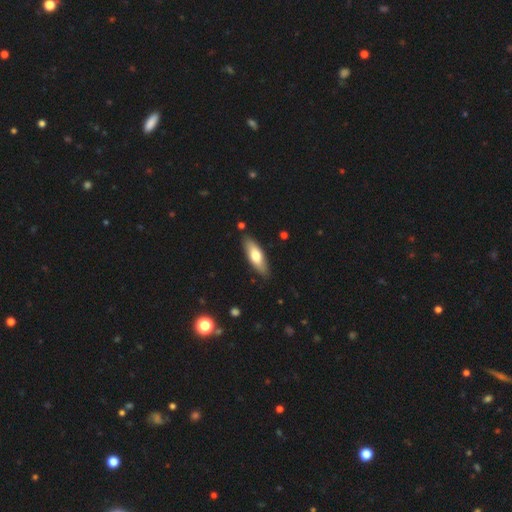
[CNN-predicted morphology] Smooth or featured?
  - smooth: 65% *
  - featured or disk: 30%
  - star or artifact: 5%
How rounded?
  - in between: 56% *
  - cigar-shaped: 42%
  - round: 2%
Merging?
  - none: 87% *
  - minor disturbance: 10%
  - merger: 2%
  - major disturbance: 2%